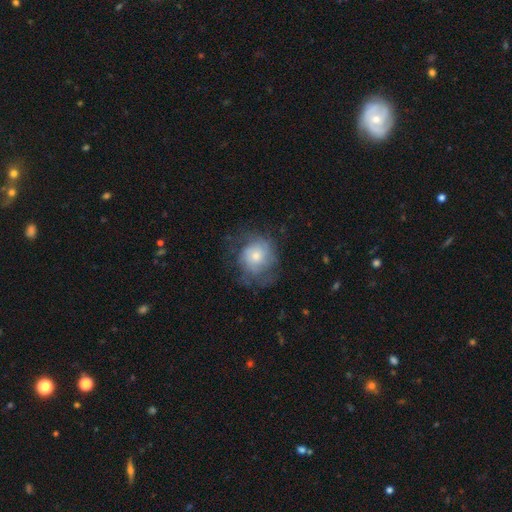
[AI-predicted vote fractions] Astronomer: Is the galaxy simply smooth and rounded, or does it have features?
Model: smooth — 48% (runner-up: featured or disk, 44%).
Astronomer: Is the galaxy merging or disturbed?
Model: none — 54%.